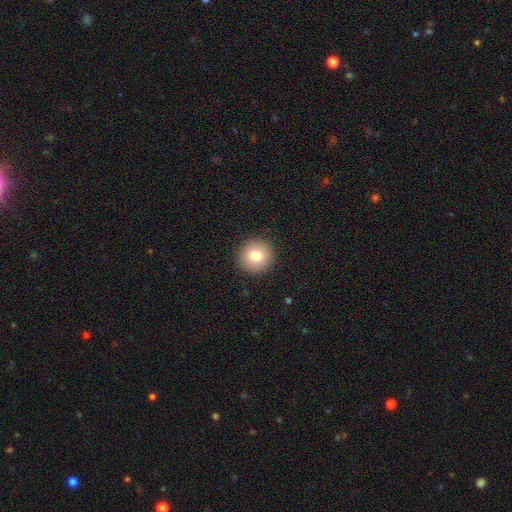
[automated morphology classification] smooth-or-featured: smooth: 79% | featured or disk: 11% | star or artifact: 10%
  how-rounded: round: 94% | in between: 5% | cigar-shaped: 1%
  merging: none: 92% | minor disturbance: 5% | major disturbance: 2% | merger: 1%